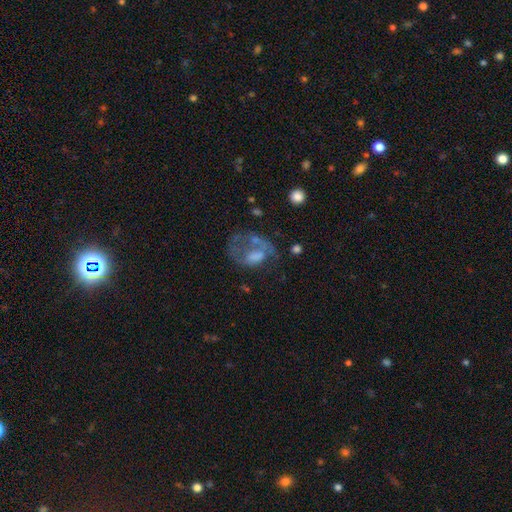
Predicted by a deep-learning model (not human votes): A featured or disk galaxy (56%) with no bar (78%), no spiral arms (66%) and no central bulge (37%). Merging: major disturbance (45%).